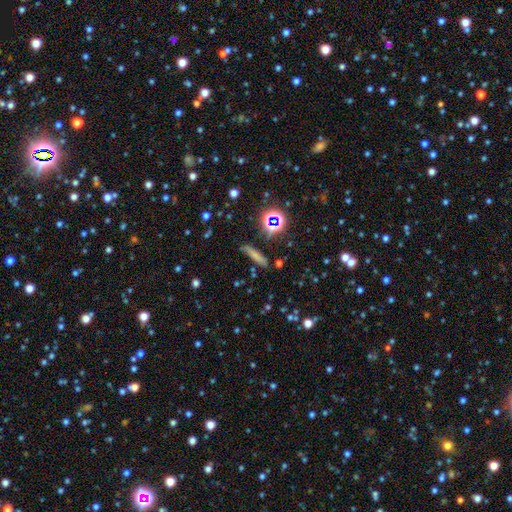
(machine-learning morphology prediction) Q: Smooth or featured?
A: smooth (65%); runner-up: star or artifact (20%)
Q: How rounded?
A: cigar-shaped (83%); runner-up: in between (12%)
Q: Merging?
A: none (77%); runner-up: minor disturbance (15%)